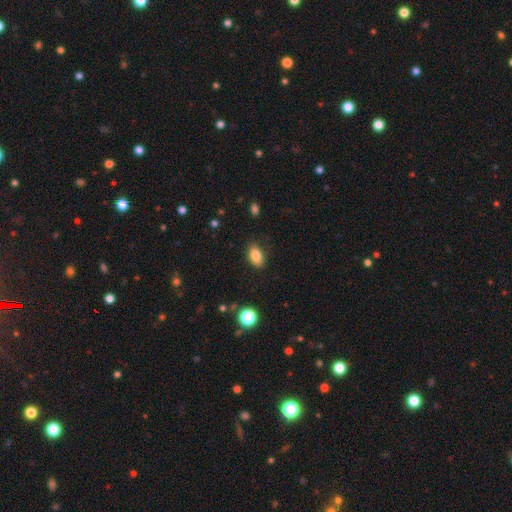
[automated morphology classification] Q: Smooth or featured?
A: smooth (85%); runner-up: star or artifact (9%)
Q: How rounded?
A: in between (90%); runner-up: round (8%)
Q: Merging?
A: none (84%); runner-up: minor disturbance (12%)